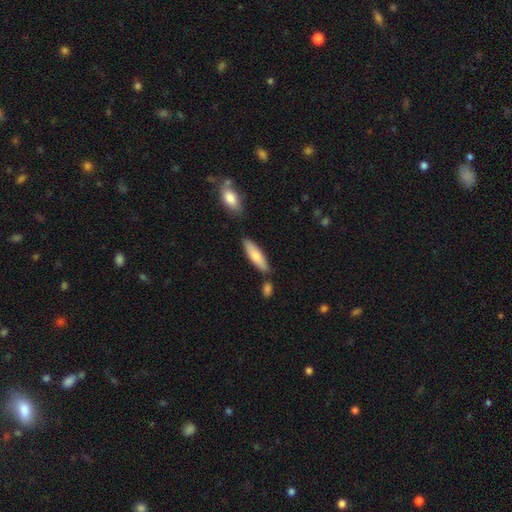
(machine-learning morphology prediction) type=smooth (77%); roundness=cigar-shaped (56%); merging=none (76%).